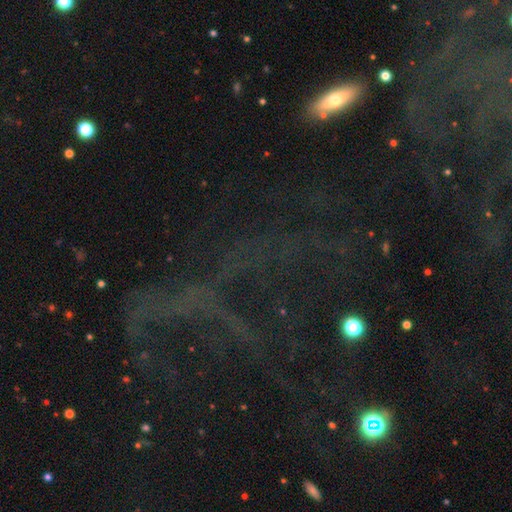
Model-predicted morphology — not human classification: smooth-or-featured: star or artifact: 54% | featured or disk: 26% | smooth: 20%